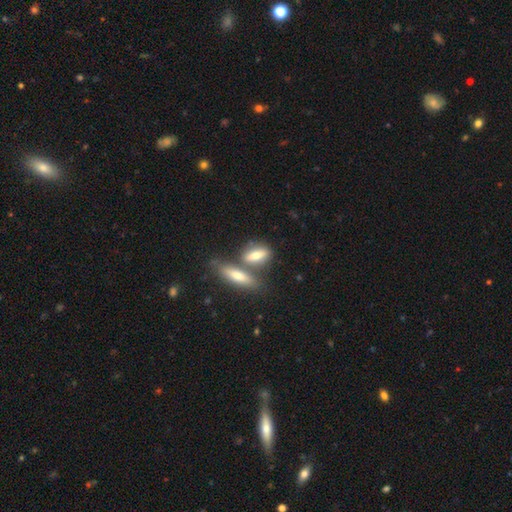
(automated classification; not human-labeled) Smooth or featured? smooth (71%)
How rounded? in between (64%)
Merging? none (47%)